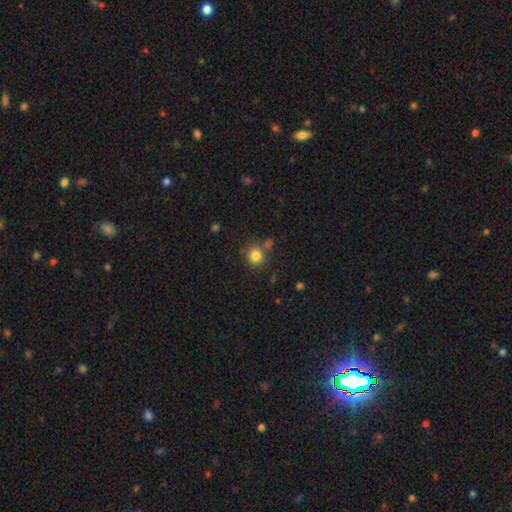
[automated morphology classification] Smooth or featured: smooth — 82% (star or artifact — 12%)
How rounded: round — 89% (in between — 11%)
Merging: none — 73% (merger — 12%)